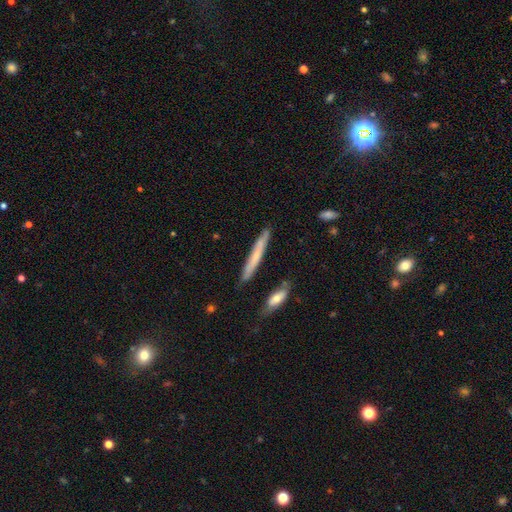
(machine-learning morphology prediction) smooth-or-featured: smooth: 50% | featured or disk: 44% | star or artifact: 6%
  how-rounded: cigar-shaped: 95% | in between: 3% | round: 1%
  merging: none: 85% | minor disturbance: 10% | merger: 3% | major disturbance: 2%